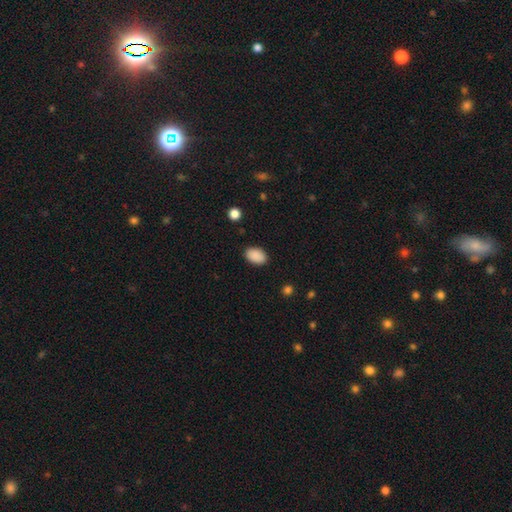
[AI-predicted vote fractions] The model was most divided on "how rounded": in between: 88%, round: 11%, cigar-shaped: 1%. More confident: smooth or featured — smooth (90%); merging — none (88%).